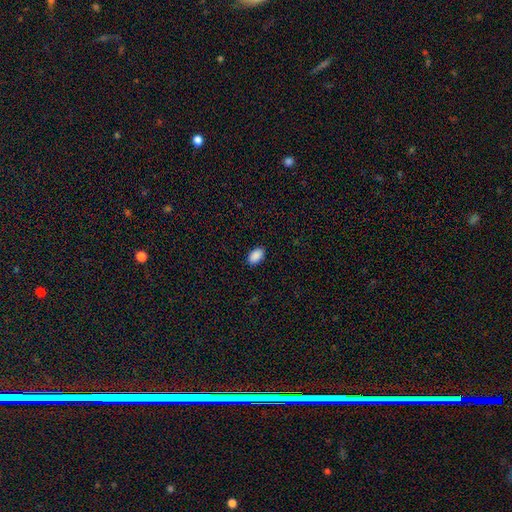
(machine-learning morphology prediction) The model was most divided on "merging": none: 89%, minor disturbance: 8%, major disturbance: 2%, merger: 1%. More confident: how rounded — in between (93%); smooth or featured — smooth (90%).